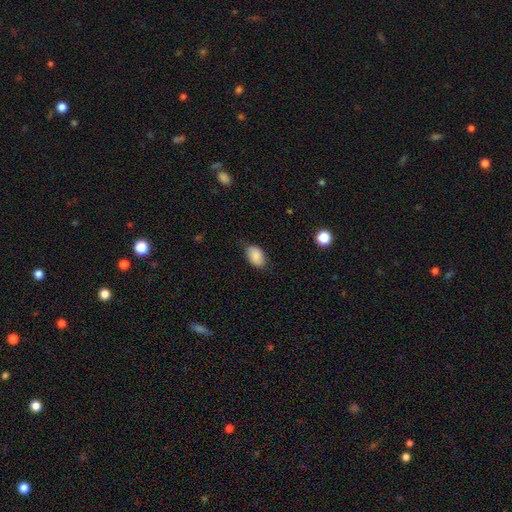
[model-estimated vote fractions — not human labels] A smooth galaxy with no disk features (87%) that is in between round and cigar-shaped (89%).

Vote fractions:
- Smooth or featured? smooth: 87% / star or artifact: 7% / featured or disk: 6%
- How rounded? in between: 89% / round: 10% / cigar-shaped: 1%
- Merging? none: 72% / minor disturbance: 22% / major disturbance: 4% / merger: 1%